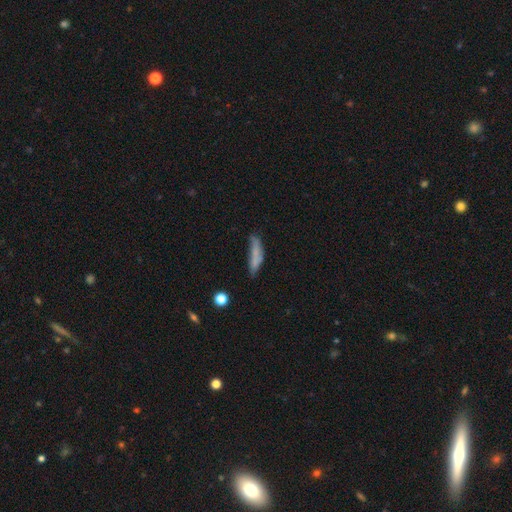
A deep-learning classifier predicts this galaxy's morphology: type=smooth (64%); roundness=cigar-shaped (70%); merging=none (49%).